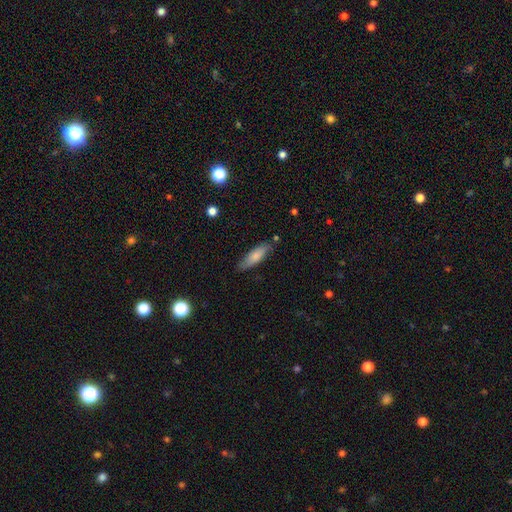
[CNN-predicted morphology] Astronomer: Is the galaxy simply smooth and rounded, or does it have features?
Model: smooth — 76%.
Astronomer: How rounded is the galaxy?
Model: in between — 50% (runner-up: cigar-shaped, 49%).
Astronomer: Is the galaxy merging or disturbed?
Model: none — 78%.